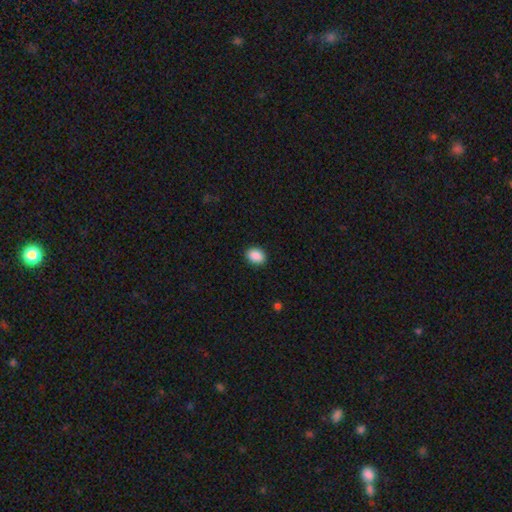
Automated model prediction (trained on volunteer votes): A smooth galaxy with no disk features (90%) that is in between round and cigar-shaped (68%). Merging: none (91%).